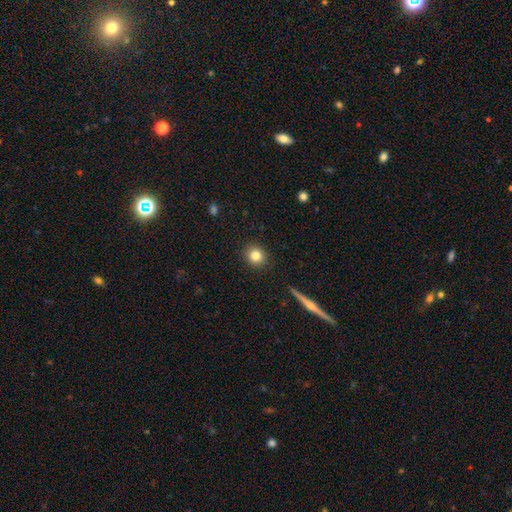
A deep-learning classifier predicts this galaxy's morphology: Smooth or featured?
  - smooth: 82% *
  - star or artifact: 10%
  - featured or disk: 8%
How rounded?
  - round: 86% *
  - in between: 13%
  - cigar-shaped: 1%
Merging?
  - none: 91% *
  - minor disturbance: 6%
  - major disturbance: 2%
  - merger: 1%